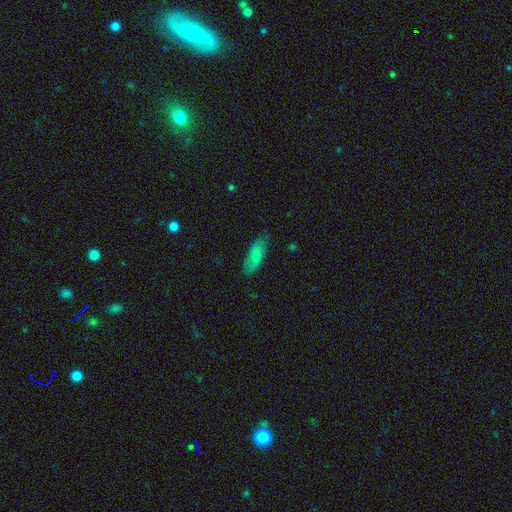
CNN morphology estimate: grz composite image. It shows a smooth galaxy with no disk features (79%) that is in between round and cigar-shaped (66%). Merging: none (77%).